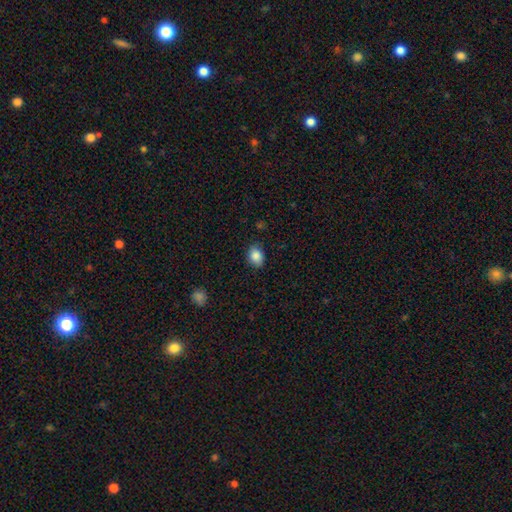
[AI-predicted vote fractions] Smooth or featured?
  - smooth: 87% *
  - star or artifact: 9%
  - featured or disk: 5%
How rounded?
  - in between: 64% *
  - round: 35%
  - cigar-shaped: 1%
Merging?
  - none: 81% *
  - minor disturbance: 15%
  - major disturbance: 3%
  - merger: 1%